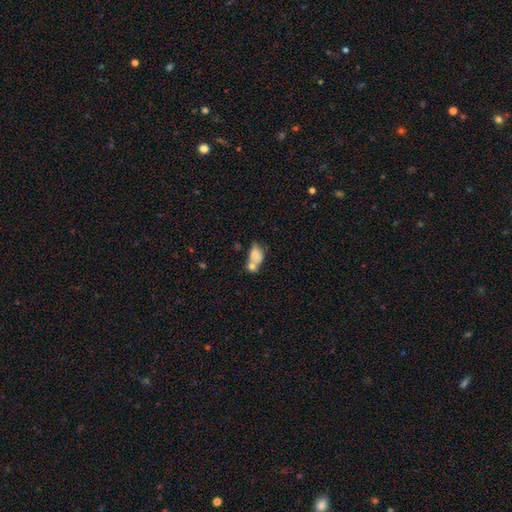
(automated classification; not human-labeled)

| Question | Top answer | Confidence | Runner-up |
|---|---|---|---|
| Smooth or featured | smooth | 75% | featured or disk (17%) |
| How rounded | in between | 81% | round (17%) |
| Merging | merger | 59% | none (23%) |